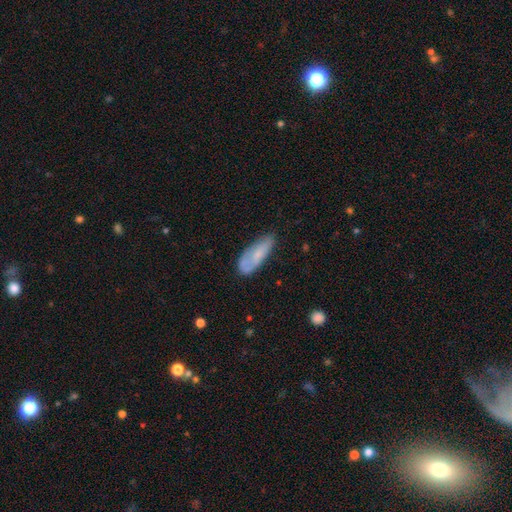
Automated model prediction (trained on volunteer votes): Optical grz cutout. It shows a smooth galaxy with no disk features (67%) that is in between round and cigar-shaped (62%). Merging: none (58%).